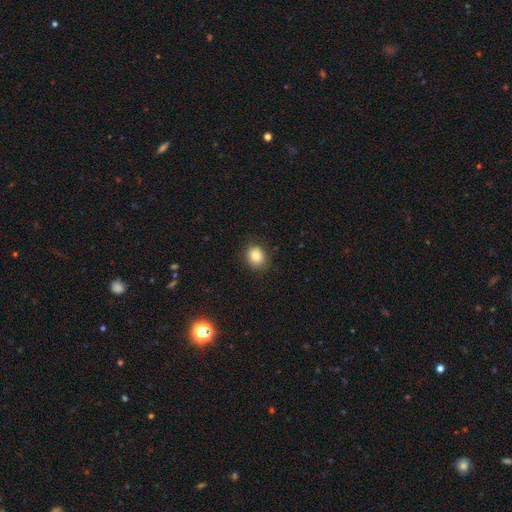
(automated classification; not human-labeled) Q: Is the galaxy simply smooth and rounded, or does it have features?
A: smooth — 84%.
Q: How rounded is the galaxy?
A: round — 61%.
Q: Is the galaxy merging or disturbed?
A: none — 83%.